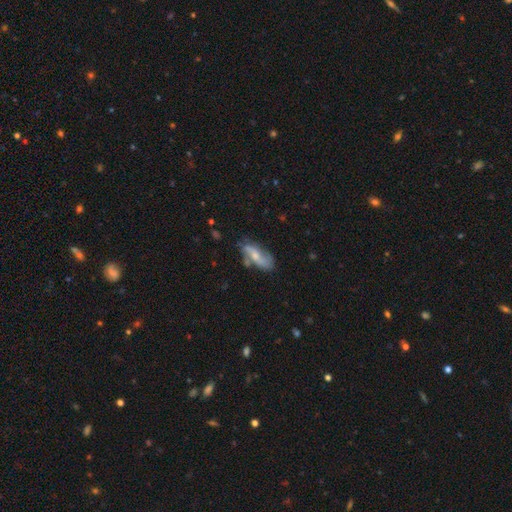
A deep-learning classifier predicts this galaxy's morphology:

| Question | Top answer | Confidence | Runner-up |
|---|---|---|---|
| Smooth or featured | featured or disk | 57% | smooth (36%) |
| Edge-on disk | no | 88% | yes (12%) |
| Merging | none | 57% | minor disturbance (24%) |